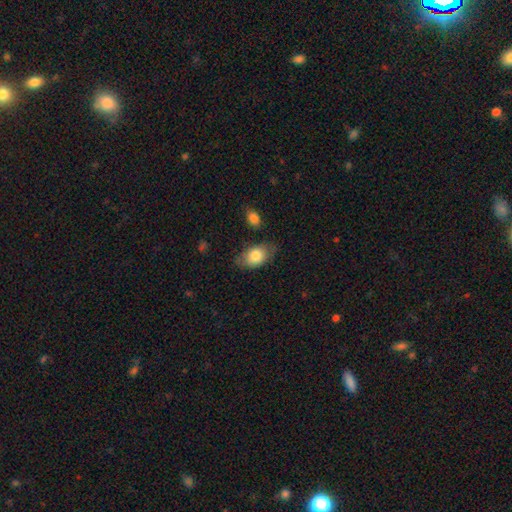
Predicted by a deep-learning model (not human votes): smooth-or-featured: smooth: 77% | featured or disk: 16% | star or artifact: 6%
  how-rounded: in between: 88% | round: 10% | cigar-shaped: 2%
  merging: none: 71% | minor disturbance: 21% | major disturbance: 5% | merger: 3%